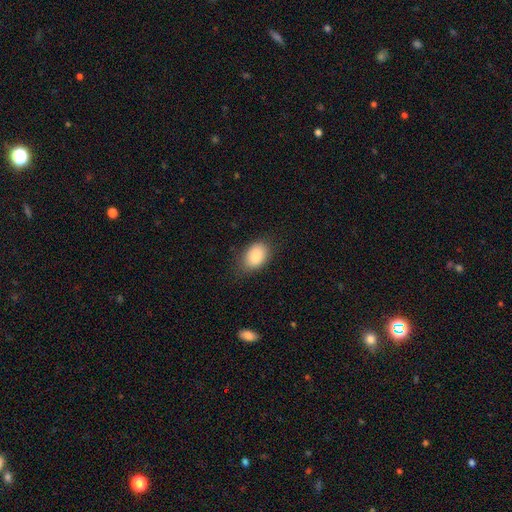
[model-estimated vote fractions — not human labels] smooth_or_featured: smooth (p=0.85) [alt: star or artifact p=0.08]
how_rounded: in between (p=0.81) [alt: round p=0.18]
merging: none (p=0.79) [alt: minor disturbance p=0.16]